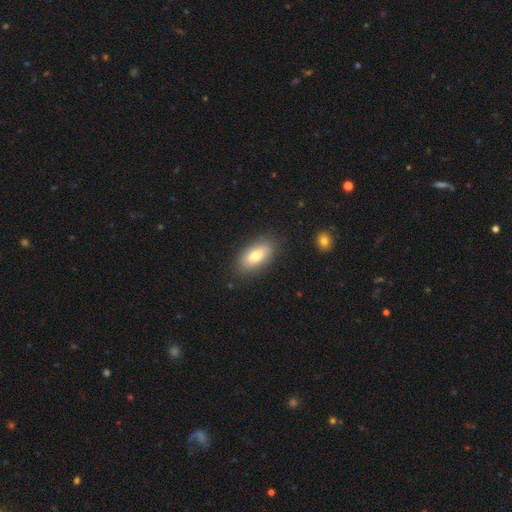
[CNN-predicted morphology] Smooth or featured?
  - smooth: 77% *
  - featured or disk: 16%
  - star or artifact: 7%
How rounded?
  - in between: 90% *
  - cigar-shaped: 6%
  - round: 4%
Merging?
  - none: 85% *
  - minor disturbance: 11%
  - major disturbance: 3%
  - merger: 2%